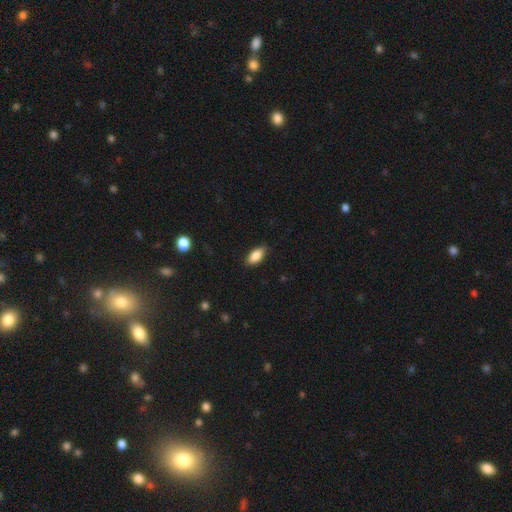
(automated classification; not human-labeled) A smooth galaxy with no disk features (86%) that is in between round and cigar-shaped (89%).

Vote fractions:
- Smooth or featured? smooth: 86% / star or artifact: 7% / featured or disk: 7%
- How rounded? in between: 89% / cigar-shaped: 8% / round: 3%
- Merging? none: 86% / minor disturbance: 11% / major disturbance: 2% / merger: 1%